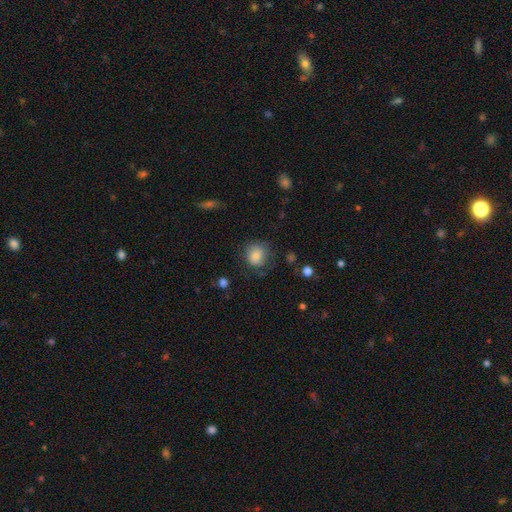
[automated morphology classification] Smooth or featured: smooth — 82% (star or artifact — 9%)
How rounded: round — 78% (in between — 21%)
Merging: none — 68% (minor disturbance — 21%)